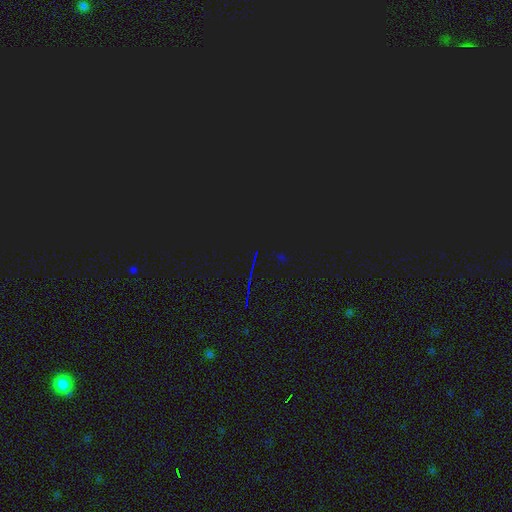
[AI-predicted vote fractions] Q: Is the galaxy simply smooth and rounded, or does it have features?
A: star or artifact — 83%.